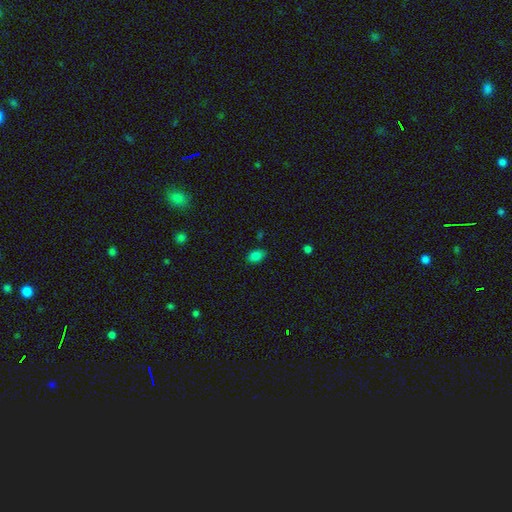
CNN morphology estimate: The model was most divided on "merging": none: 82%, minor disturbance: 13%, major disturbance: 3%, merger: 2%. More confident: how rounded — in between (85%); smooth or featured — smooth (82%).